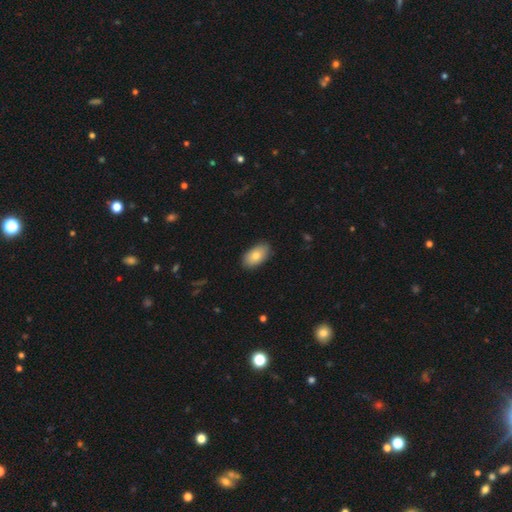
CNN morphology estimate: A smooth galaxy with no disk features (79%) that is in between round and cigar-shaped (94%).

Vote fractions:
- Smooth or featured? smooth: 79% / featured or disk: 14% / star or artifact: 7%
- How rounded? in between: 94% / round: 4% / cigar-shaped: 2%
- Merging? none: 88% / minor disturbance: 9% / major disturbance: 2% / merger: 1%